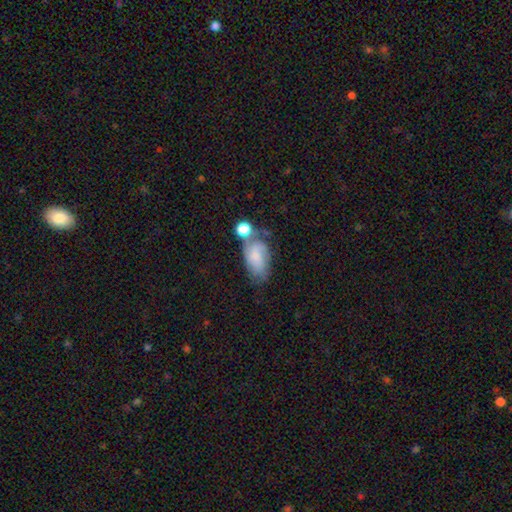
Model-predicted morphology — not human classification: This appears to be a smooth galaxy with no disk features (56%) that is in between round and cigar-shaped (89%). Merging: none (36%).